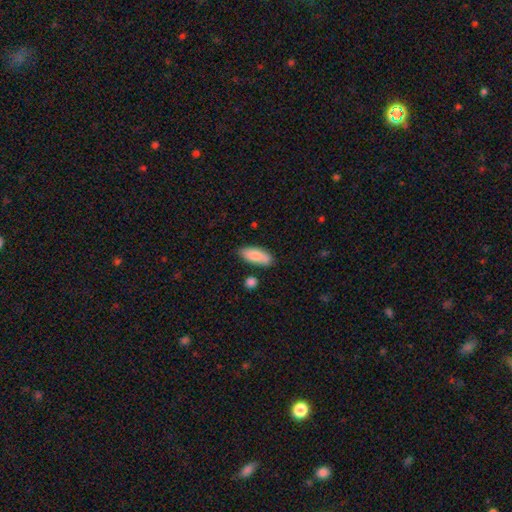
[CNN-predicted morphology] Smooth or featured: smooth — 84% (featured or disk — 10%)
How rounded: in between — 82% (cigar-shaped — 16%)
Merging: none — 77% (minor disturbance — 14%)